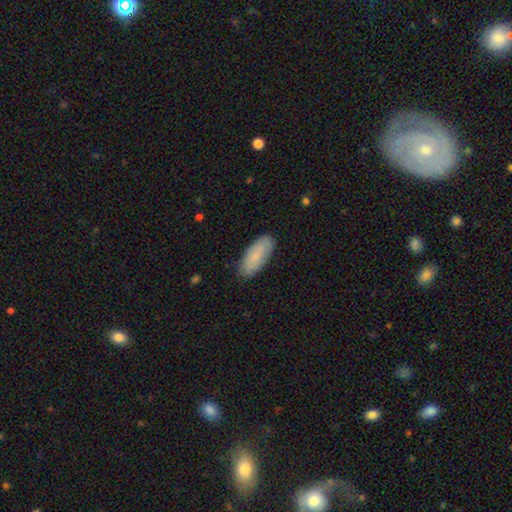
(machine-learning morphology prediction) Q: Smooth or featured?
A: smooth (80%); runner-up: featured or disk (15%)
Q: How rounded?
A: in between (81%); runner-up: cigar-shaped (18%)
Q: Merging?
A: none (84%); runner-up: minor disturbance (13%)